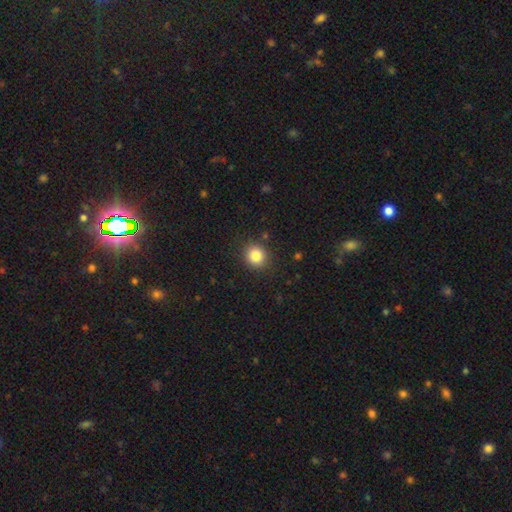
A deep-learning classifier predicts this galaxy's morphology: This is clearly a smooth galaxy (84%). How rounded: clearly round (84%). Merging: clearly none (89%).